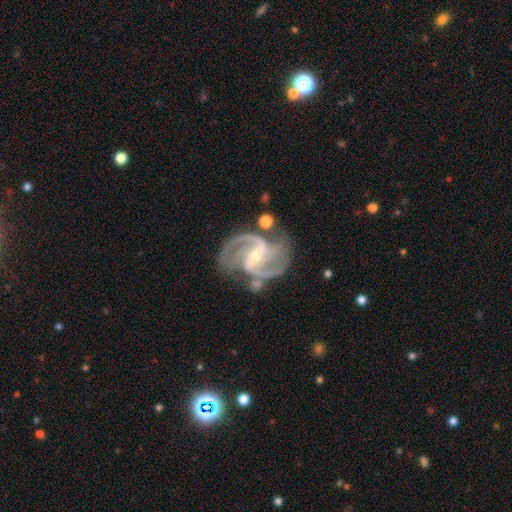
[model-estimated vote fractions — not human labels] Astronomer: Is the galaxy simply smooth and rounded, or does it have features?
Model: featured or disk — 93%.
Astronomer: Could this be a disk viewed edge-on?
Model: no — 98%.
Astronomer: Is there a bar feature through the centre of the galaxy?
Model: strong — 45% (runner-up: weak, 37%).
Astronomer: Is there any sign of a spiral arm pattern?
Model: yes — 99%.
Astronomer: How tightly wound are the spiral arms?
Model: medium — 65%.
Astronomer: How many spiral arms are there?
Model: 2 — 69%.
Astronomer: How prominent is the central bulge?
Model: small — 65%.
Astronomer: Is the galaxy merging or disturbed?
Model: none — 66%.